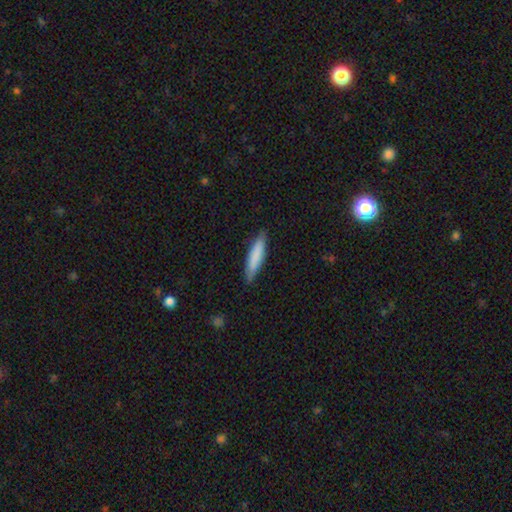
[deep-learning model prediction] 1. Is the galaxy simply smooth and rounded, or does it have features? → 78% smooth, 16% featured or disk, 5% star or artifact.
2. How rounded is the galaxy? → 86% cigar-shaped, 13% in between, 1% round.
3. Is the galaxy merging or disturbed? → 87% none, 10% minor disturbance, 2% major disturbance, 1% merger.